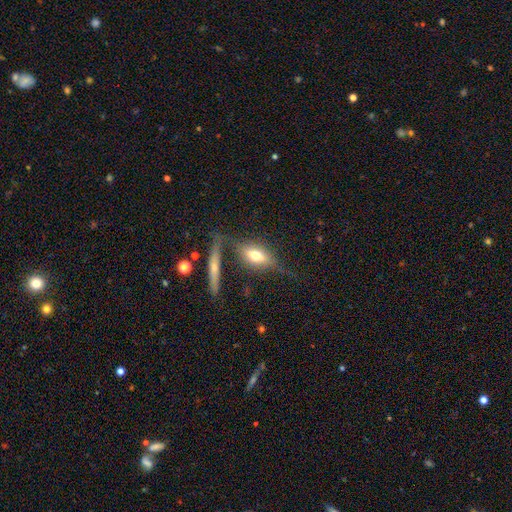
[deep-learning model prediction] Q: Smooth or featured?
A: smooth (57%); runner-up: featured or disk (33%)
Q: How rounded?
A: in between (70%); runner-up: cigar-shaped (20%)
Q: Merging?
A: none (66%); runner-up: minor disturbance (17%)